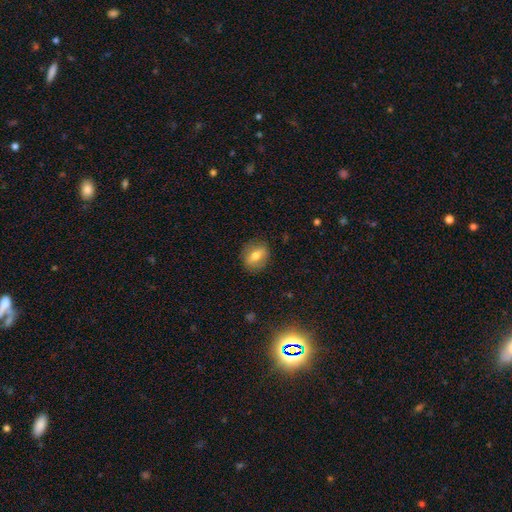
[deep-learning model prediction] Overall: smooth (63%; featured or disk 29%). How rounded: in between (52%; round 45%). Merging: none (84%).